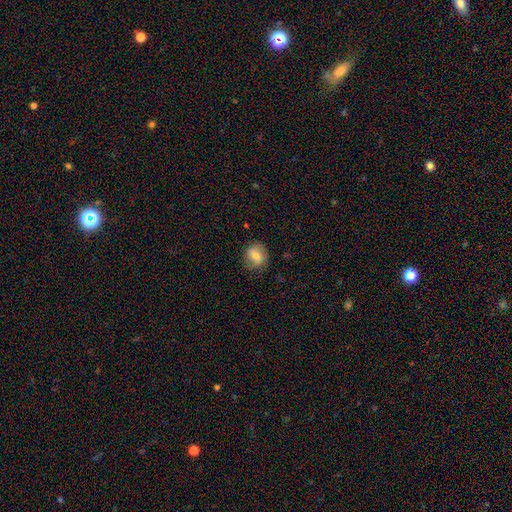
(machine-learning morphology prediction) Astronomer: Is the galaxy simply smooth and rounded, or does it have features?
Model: smooth — 67%.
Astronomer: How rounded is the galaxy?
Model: round — 72%.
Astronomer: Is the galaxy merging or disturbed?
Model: none — 79%.